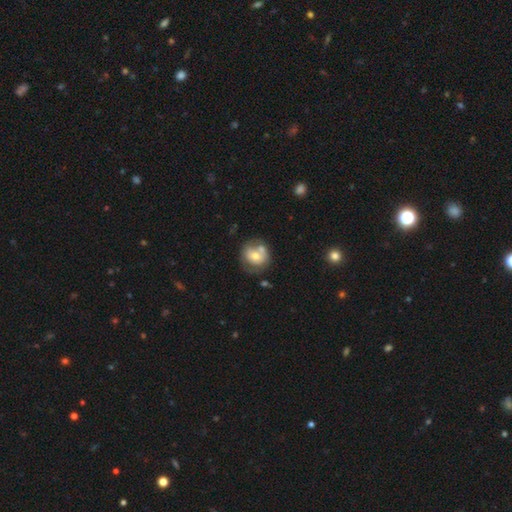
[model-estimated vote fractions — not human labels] A smooth galaxy with no disk features (55%) that is round (75%). Merging: none (45%).